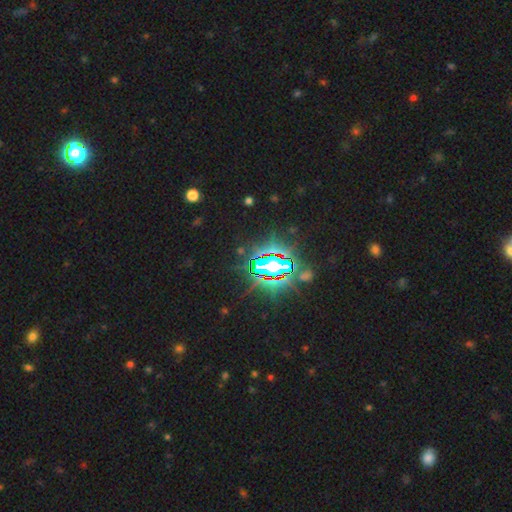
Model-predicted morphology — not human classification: A star or artifact, not a galaxy (85%).